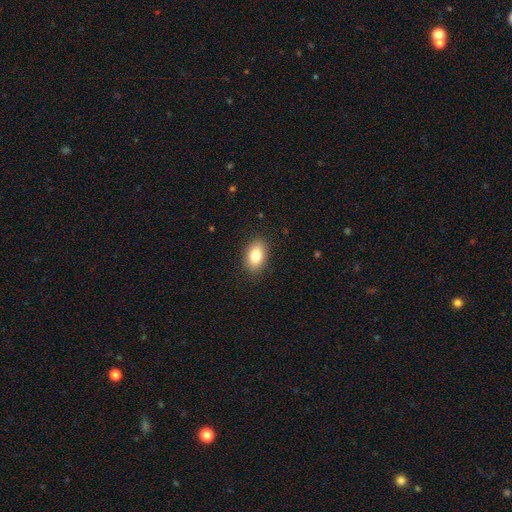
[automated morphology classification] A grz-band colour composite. It shows a smooth galaxy with no disk features (81%) that is in between round and cigar-shaped (86%). Merging: none (87%).